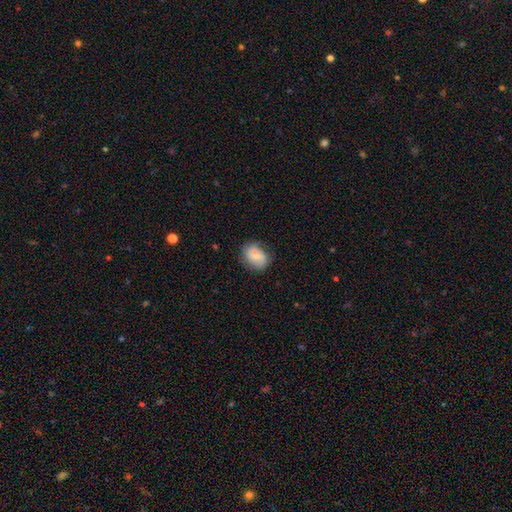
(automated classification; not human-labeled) Overall: smooth (66%; featured or disk 26%). How rounded: in between (60%; round 39%). Merging: none (64%; minor disturbance 25%).